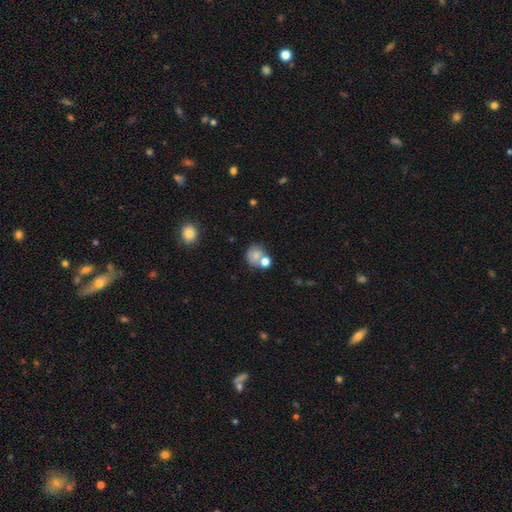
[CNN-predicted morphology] This appears to be a smooth galaxy with no disk features (71%) that is round (70%). Merging: none (41%).